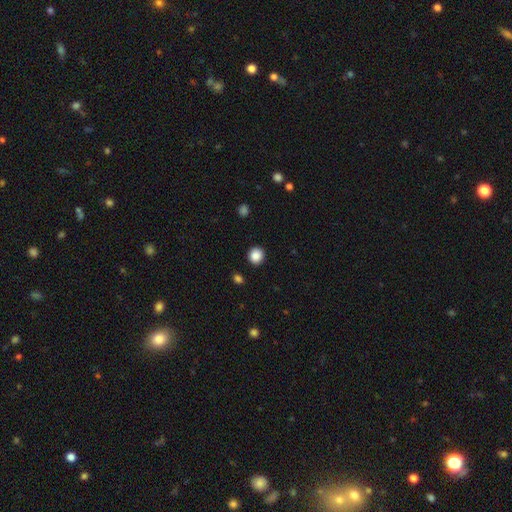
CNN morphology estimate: smooth_or_featured: smooth (p=0.88) [alt: star or artifact p=0.09]
how_rounded: round (p=0.91) [alt: in between p=0.08]
merging: none (p=0.91) [alt: minor disturbance p=0.06]